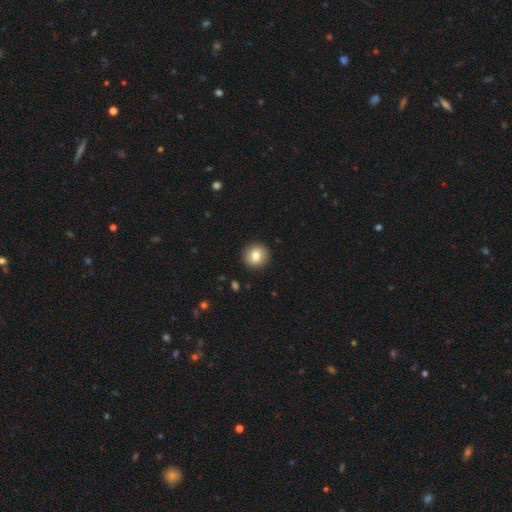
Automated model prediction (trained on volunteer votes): This is clearly a smooth galaxy (81%). How rounded: clearly round (92%). Merging: clearly none (92%).